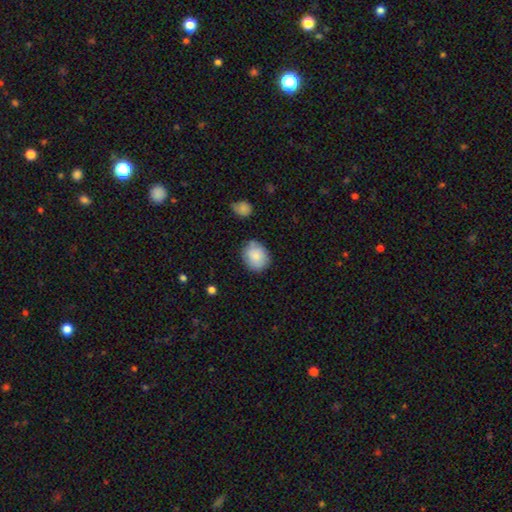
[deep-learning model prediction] smooth-or-featured: smooth: 82% | featured or disk: 11% | star or artifact: 7%
  how-rounded: round: 59% | in between: 40% | cigar-shaped: 1%
  merging: none: 75% | minor disturbance: 18% | major disturbance: 4% | merger: 3%